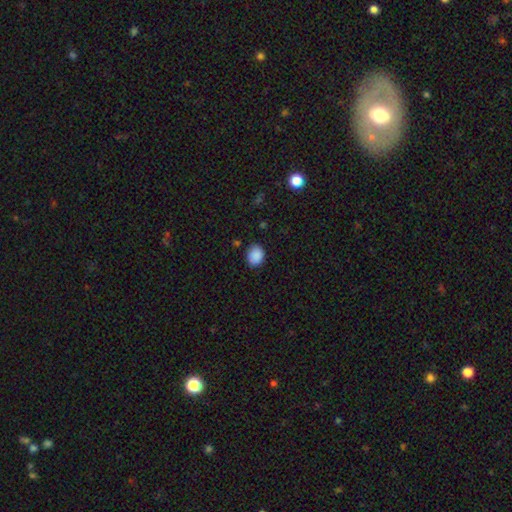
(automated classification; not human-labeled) Smooth or featured: smooth — 88% (star or artifact — 9%)
How rounded: round — 51% (in between — 48%)
Merging: none — 82% (minor disturbance — 13%)